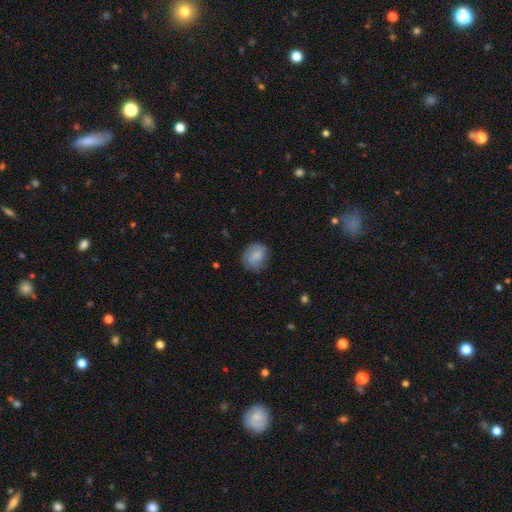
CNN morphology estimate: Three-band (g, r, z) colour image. It shows a smooth galaxy with no disk features (77%) that is round (65%). Merging: none (75%).